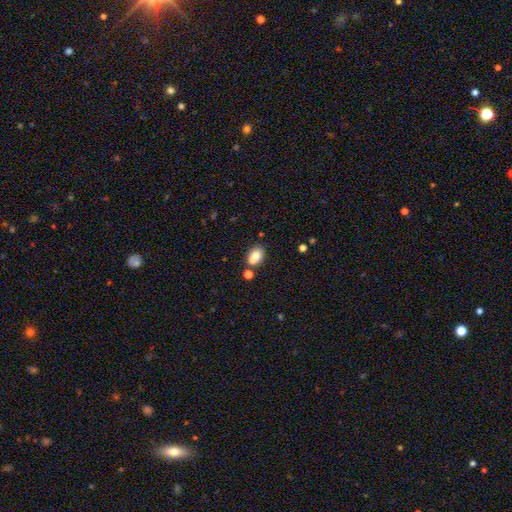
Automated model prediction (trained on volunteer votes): Overall: smooth (76%). How rounded: in between (71%). Merging: none (50%; merger 33%).